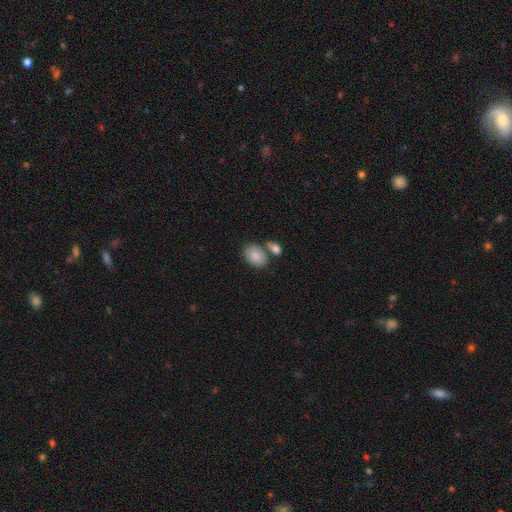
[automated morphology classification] Smooth or featured? smooth (84%)
How rounded? in between (82%)
Merging? none (55%)